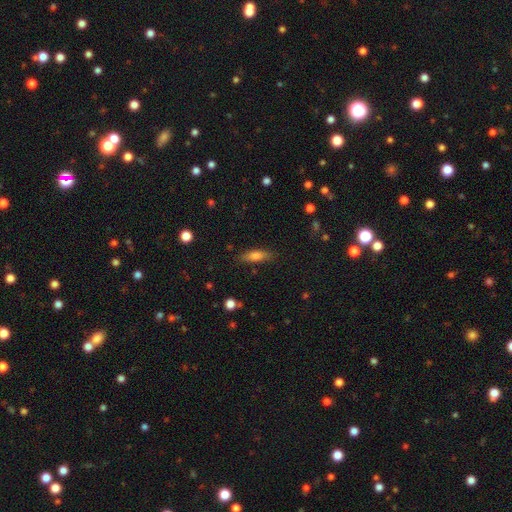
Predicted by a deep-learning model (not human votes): A smooth galaxy with no disk features (73%) that is cigar-shaped (49%).

Vote fractions:
- Smooth or featured? smooth: 73% / featured or disk: 19% / star or artifact: 8%
- How rounded? cigar-shaped: 49% / in between: 48% / round: 3%
- Merging? none: 83% / minor disturbance: 12% / major disturbance: 3% / merger: 2%